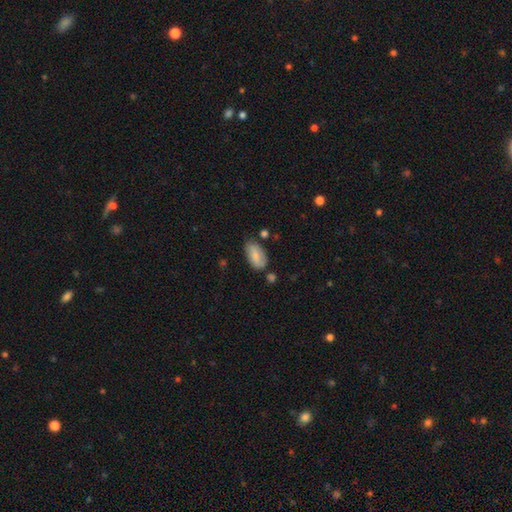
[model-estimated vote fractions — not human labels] Smooth or featured: smooth — 78% (featured or disk — 16%)
How rounded: in between — 93% (round — 4%)
Merging: none — 67% (minor disturbance — 23%)